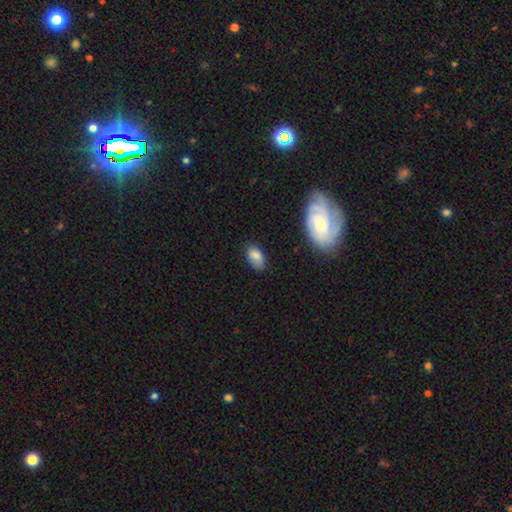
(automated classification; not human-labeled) A smooth galaxy with no disk features (82%) that is in between round and cigar-shaped (92%). Merging: none (71%).